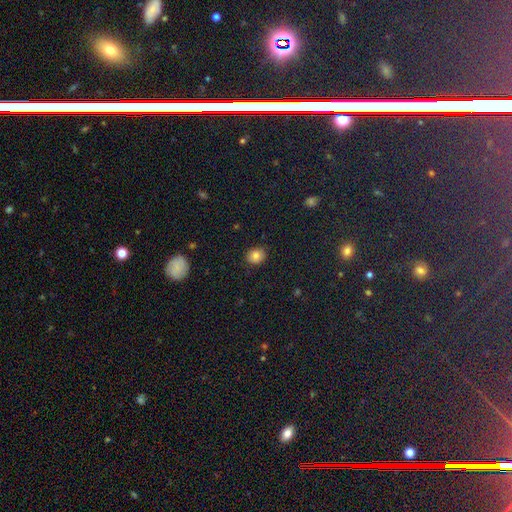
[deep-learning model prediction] Smooth or featured: smooth — 82% (star or artifact — 11%)
How rounded: round — 65% (in between — 34%)
Merging: none — 87% (minor disturbance — 10%)